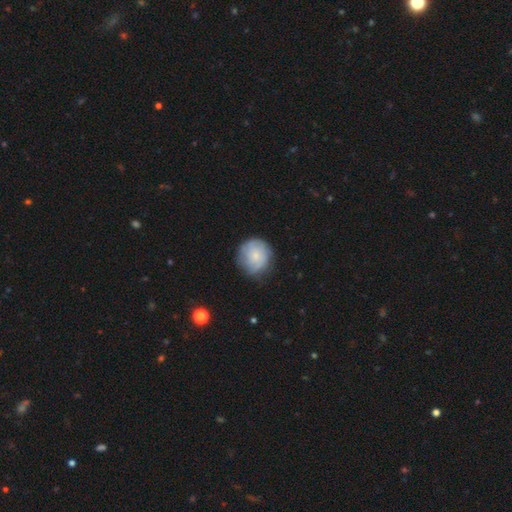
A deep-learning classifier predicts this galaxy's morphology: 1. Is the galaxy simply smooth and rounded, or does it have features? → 63% smooth, 30% featured or disk, 7% star or artifact.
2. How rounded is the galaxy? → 89% round, 10% in between, 1% cigar-shaped.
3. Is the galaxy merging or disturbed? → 70% none, 22% minor disturbance, 6% major disturbance, 1% merger.